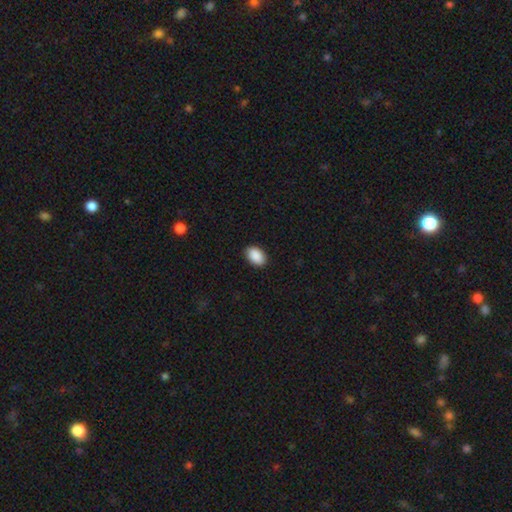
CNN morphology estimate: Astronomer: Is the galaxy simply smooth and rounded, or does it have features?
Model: smooth — 91%.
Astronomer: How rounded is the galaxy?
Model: in between — 89%.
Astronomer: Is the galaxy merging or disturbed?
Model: none — 90%.